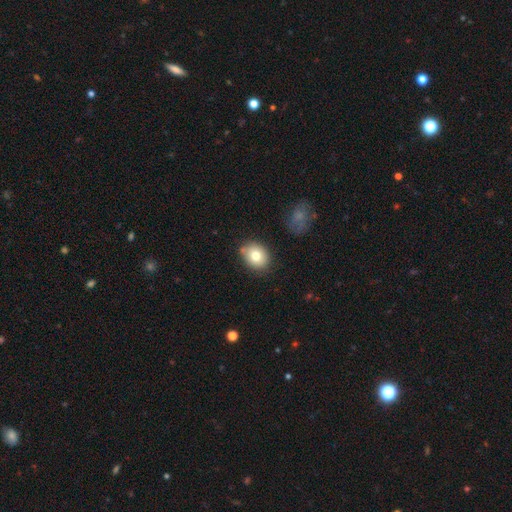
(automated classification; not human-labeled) Smooth or featured: smooth — 78% (featured or disk — 13%)
How rounded: in between — 50% (tied with round — 50%)
Merging: none — 79% (minor disturbance — 14%)